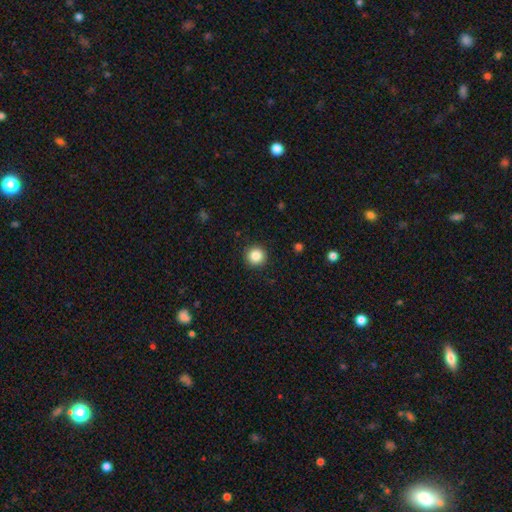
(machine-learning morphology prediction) Q: Smooth or featured?
A: smooth (86%); runner-up: star or artifact (10%)
Q: How rounded?
A: round (95%); runner-up: in between (4%)
Q: Merging?
A: none (92%); runner-up: minor disturbance (5%)